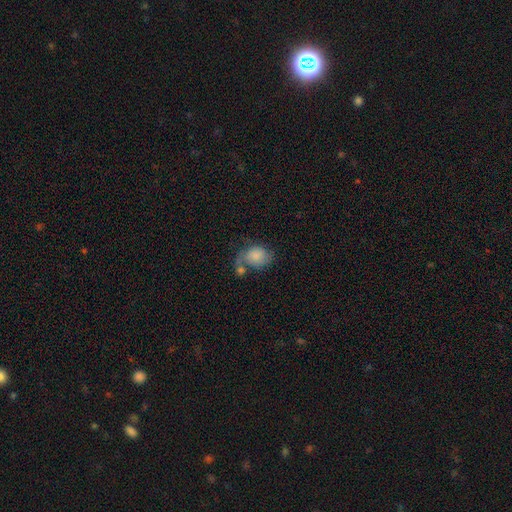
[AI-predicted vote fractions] This appears to be a smooth galaxy with no disk features (75%) that is in between round and cigar-shaped (63%). Merging: none (34%).